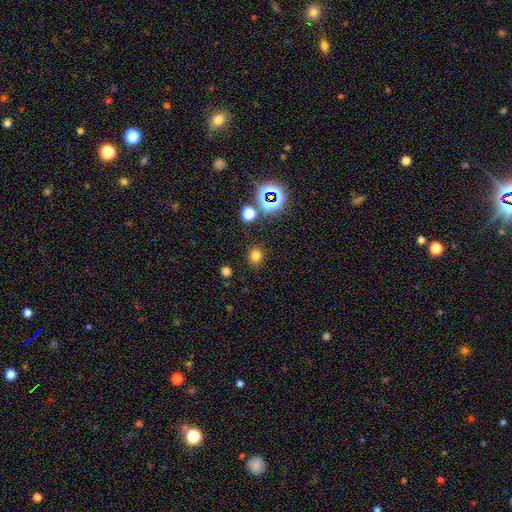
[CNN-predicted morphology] A smooth galaxy with no disk features (74%) that is round (74%). Merging: none (87%).